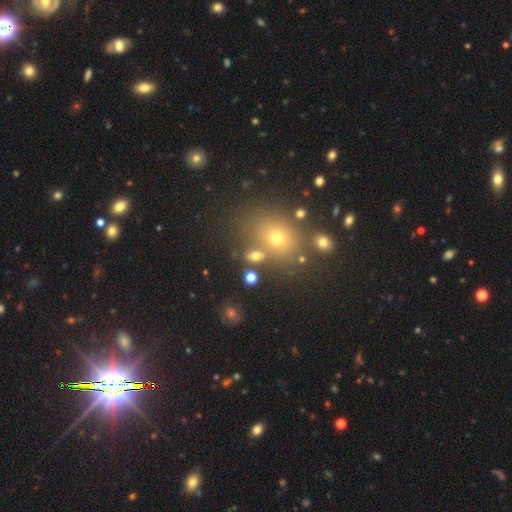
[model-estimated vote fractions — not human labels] This is likely a smooth galaxy (67%). How rounded: likely in between (66%). Merging: likely none (62%).